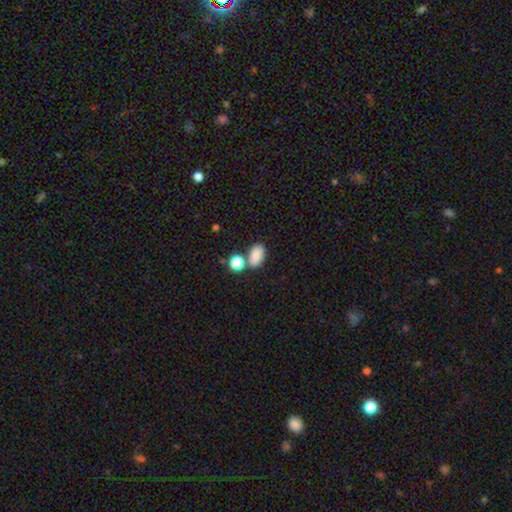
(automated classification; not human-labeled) A smooth galaxy with no disk features (83%) that is in between round and cigar-shaped (86%).

Vote fractions:
- Smooth or featured? smooth: 83% / star or artifact: 10% / featured or disk: 7%
- How rounded? in between: 86% / round: 12% / cigar-shaped: 2%
- Merging? none: 59% / merger: 23% / minor disturbance: 14% / major disturbance: 5%